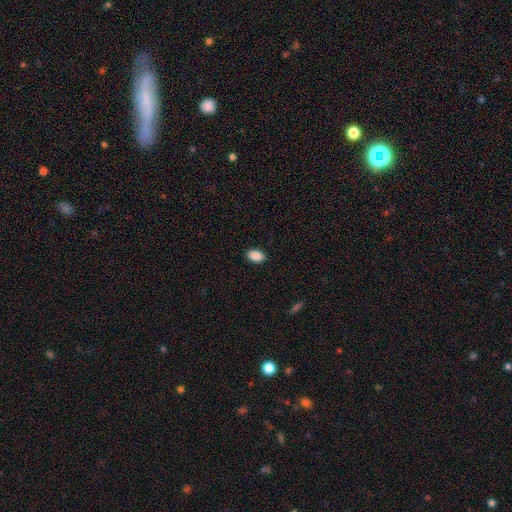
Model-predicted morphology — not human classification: type=smooth (90%); roundness=in between (91%); merging=none (89%).